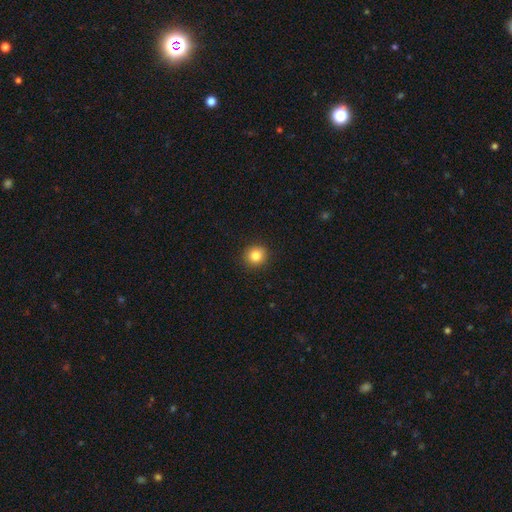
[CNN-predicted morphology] The model was most divided on "smooth or featured": smooth: 84%, star or artifact: 11%, featured or disk: 5%. More confident: merging — none (92%); how rounded — round (88%).